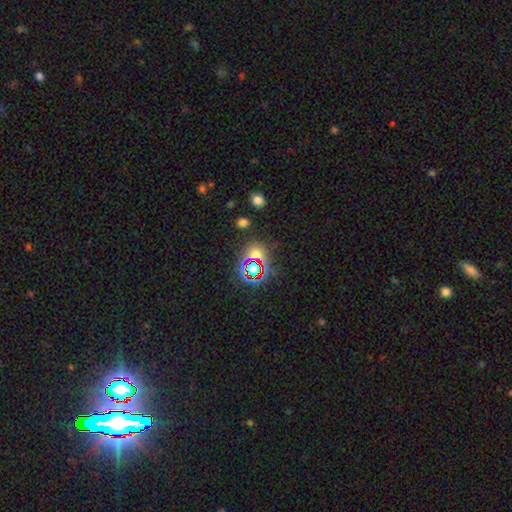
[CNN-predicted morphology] smooth-or-featured: star or artifact: 55% | smooth: 35% | featured or disk: 10%